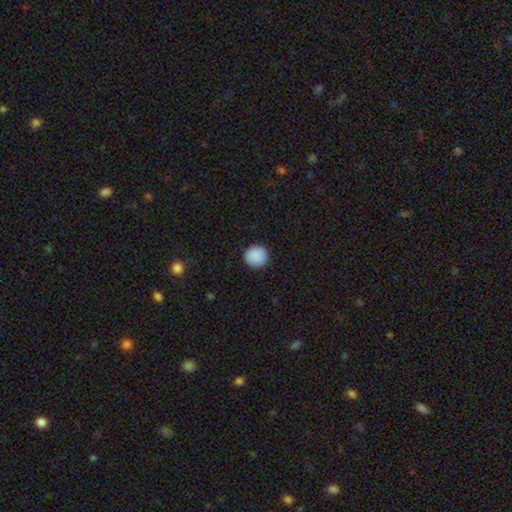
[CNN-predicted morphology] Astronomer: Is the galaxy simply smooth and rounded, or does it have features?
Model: smooth — 90%.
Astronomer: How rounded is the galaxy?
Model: round — 94%.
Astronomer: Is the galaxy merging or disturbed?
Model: none — 92%.